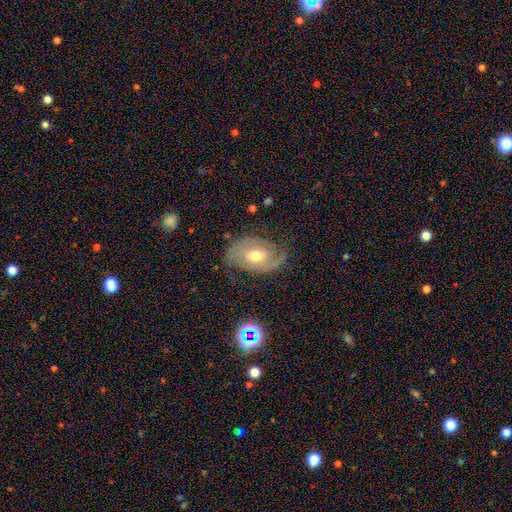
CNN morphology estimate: Smooth or featured: featured or disk — 75% (smooth — 17%)
Edge-on disk: no — 95% (yes — 5%)
Bar: no — 45% (weak — 41%)
Spiral arms: yes — 88% (no — 12%)
Spiral winding: medium — 43% (tight — 32%)
Spiral arm count: 2 — 73% (can't tell — 11%)
Bulge size: moderate — 72% (small — 21%)
Merging: none — 66% (minor disturbance — 21%)